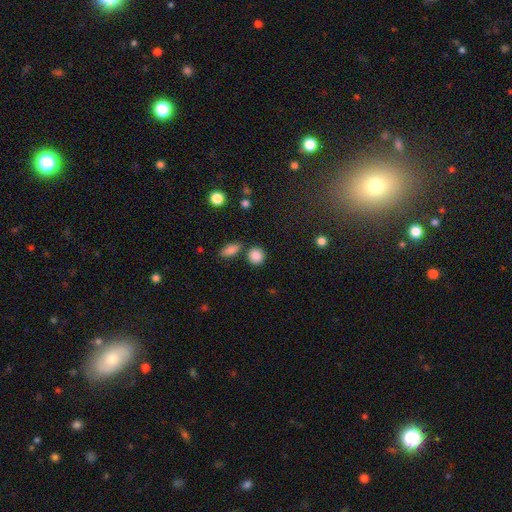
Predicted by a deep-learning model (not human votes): This is clearly a smooth galaxy (86%). How rounded: likely round (79%). Merging: likely none (76%).